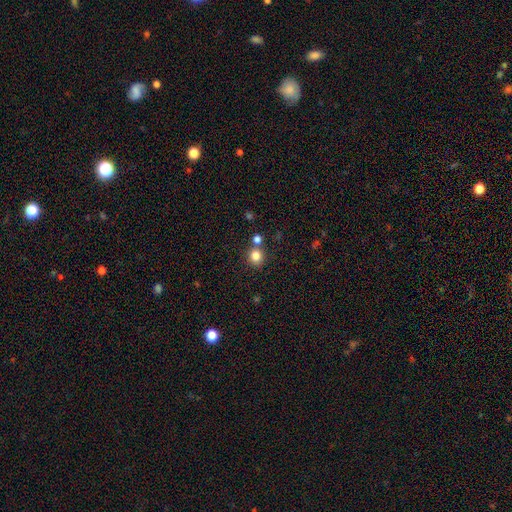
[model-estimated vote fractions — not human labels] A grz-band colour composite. It shows a smooth galaxy with no disk features (82%) that is round (87%). Merging: none (74%).